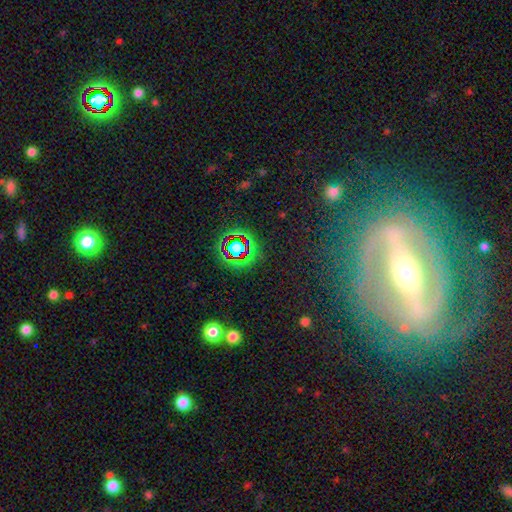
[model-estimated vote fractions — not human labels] This appears to be a featured or disk galaxy (80%) with a strong bar (71%), 2 (71%) tight (44%) spiral arms (73%) and a moderate central bulge (50%). Merging: none (73%).